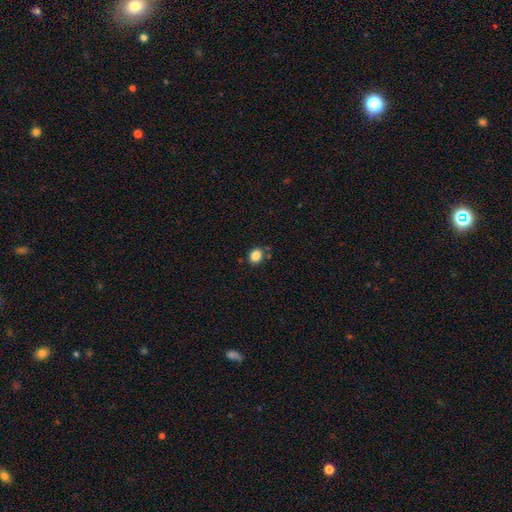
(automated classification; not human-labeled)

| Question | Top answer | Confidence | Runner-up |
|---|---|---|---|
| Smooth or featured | smooth | 85% | star or artifact (10%) |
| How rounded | round | 55% | in between (44%) |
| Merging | none | 81% | minor disturbance (11%) |